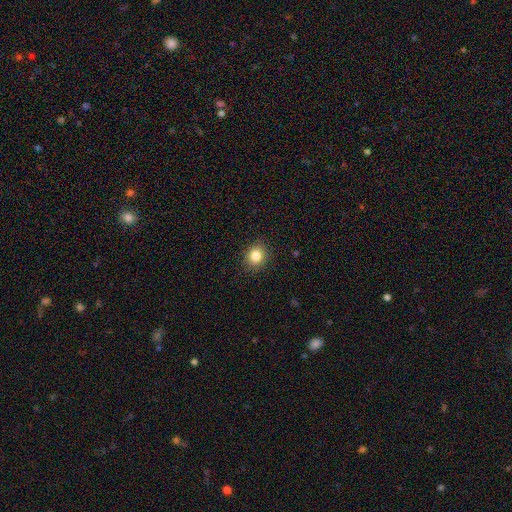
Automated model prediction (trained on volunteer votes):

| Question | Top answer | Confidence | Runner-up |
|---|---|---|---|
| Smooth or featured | smooth | 84% | star or artifact (11%) |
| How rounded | round | 76% | in between (24%) |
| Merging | none | 90% | minor disturbance (7%) |